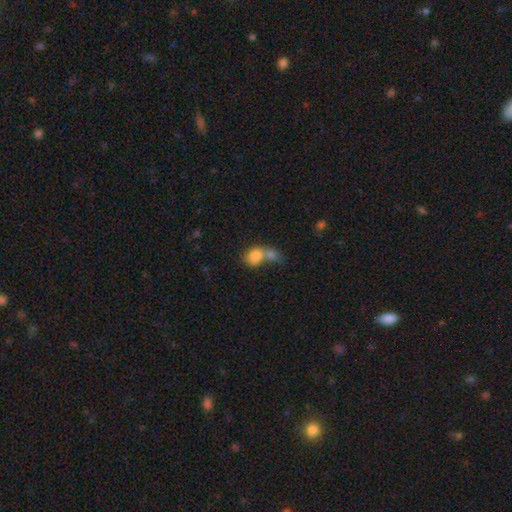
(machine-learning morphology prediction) A smooth galaxy with no disk features (78%) that is in between round and cigar-shaped (53%). Merging: merger (67%).